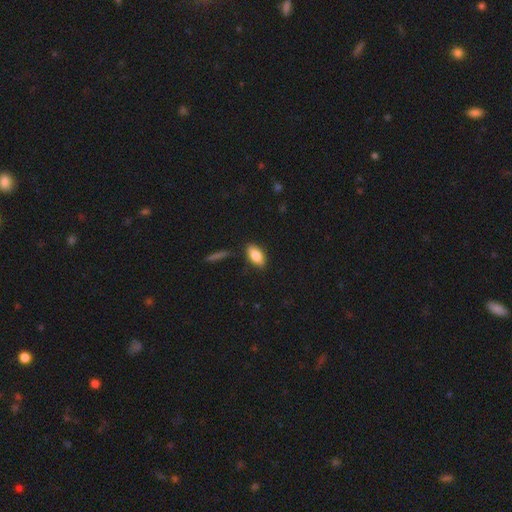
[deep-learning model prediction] Q: Smooth or featured?
A: smooth (82%); runner-up: featured or disk (11%)
Q: How rounded?
A: in between (88%); runner-up: cigar-shaped (8%)
Q: Merging?
A: none (84%); runner-up: minor disturbance (11%)